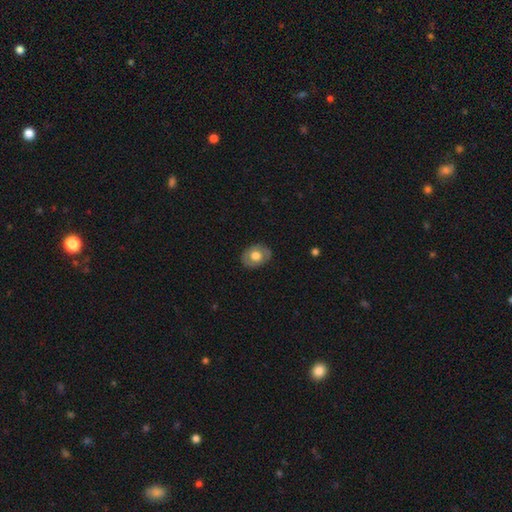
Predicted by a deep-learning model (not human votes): This appears to be a smooth galaxy with no disk features (63%) that is in between round and cigar-shaped (66%). Merging: none (83%).